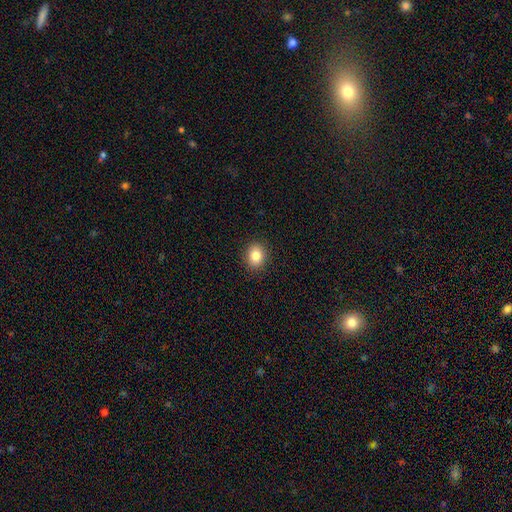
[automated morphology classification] Smooth or featured: smooth — 84% (star or artifact — 10%)
How rounded: round — 54% (in between — 45%)
Merging: none — 90% (minor disturbance — 7%)